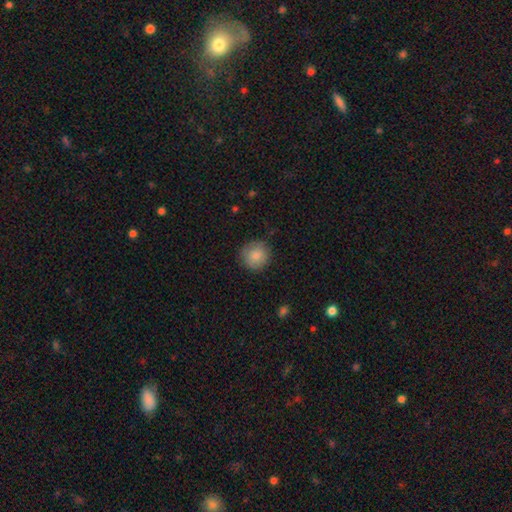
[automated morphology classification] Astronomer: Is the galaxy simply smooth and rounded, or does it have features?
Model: smooth — 86%.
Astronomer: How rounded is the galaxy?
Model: round — 94%.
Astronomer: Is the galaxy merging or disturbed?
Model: none — 84%.